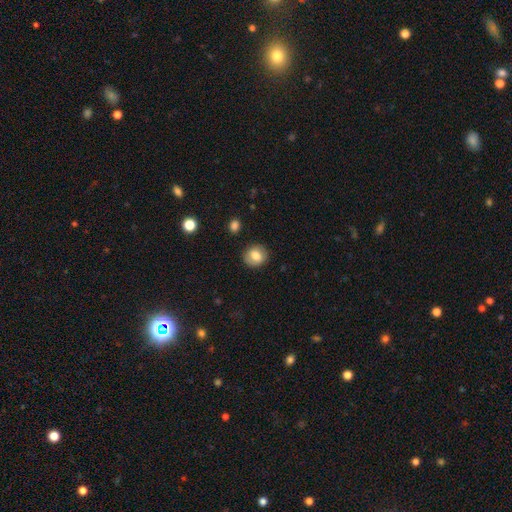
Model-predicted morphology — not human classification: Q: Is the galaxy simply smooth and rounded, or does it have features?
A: smooth — 76%.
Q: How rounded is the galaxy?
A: round — 75%.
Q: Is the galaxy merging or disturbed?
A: none — 86%.